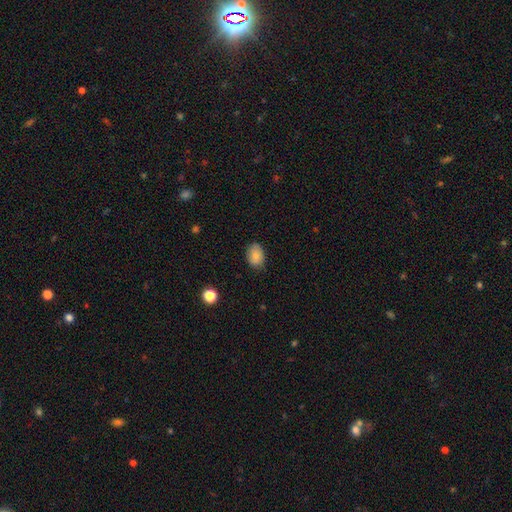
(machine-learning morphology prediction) Smooth or featured? smooth (85%)
How rounded? in between (74%)
Merging? none (79%)